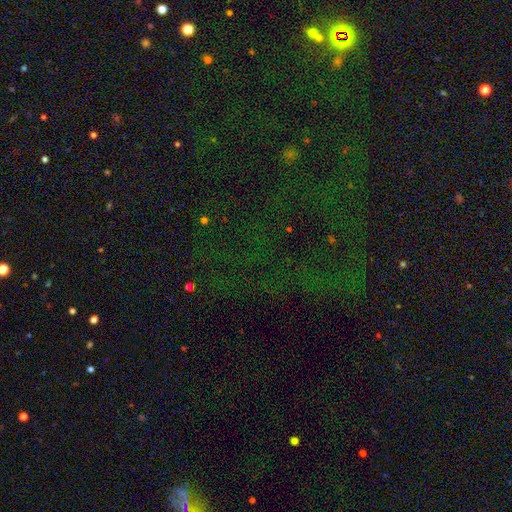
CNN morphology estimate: The model was most divided on "smooth or featured": star or artifact: 78%, smooth: 13%, featured or disk: 9%.